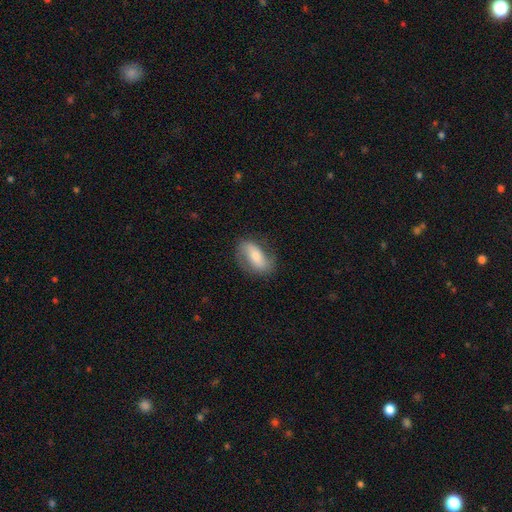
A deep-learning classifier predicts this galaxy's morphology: This is possibly a featured or disk galaxy (53%). It is clearly not viewed edge-on (89%). Merging: likely none (76%).